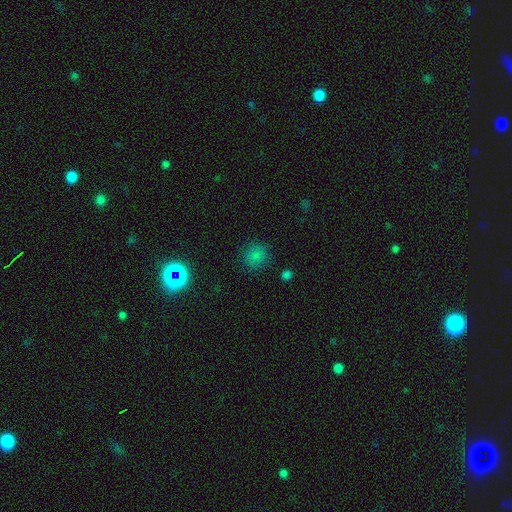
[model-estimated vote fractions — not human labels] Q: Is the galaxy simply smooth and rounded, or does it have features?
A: smooth — 79%.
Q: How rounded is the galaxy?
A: round — 88%.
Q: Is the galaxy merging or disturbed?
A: none — 85%.